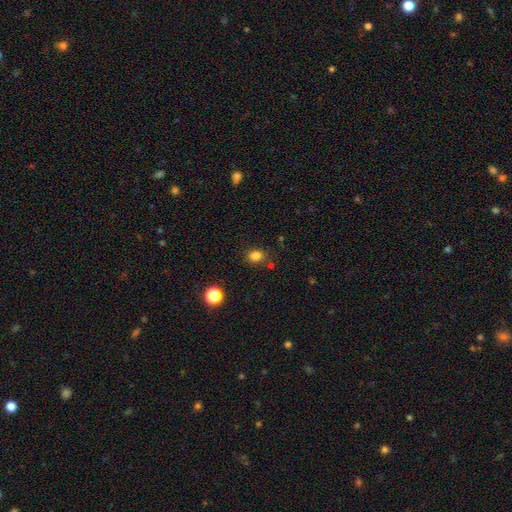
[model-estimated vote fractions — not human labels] Smooth or featured: smooth — 81% (star or artifact — 14%)
How rounded: round — 60% (in between — 39%)
Merging: none — 80% (minor disturbance — 12%)